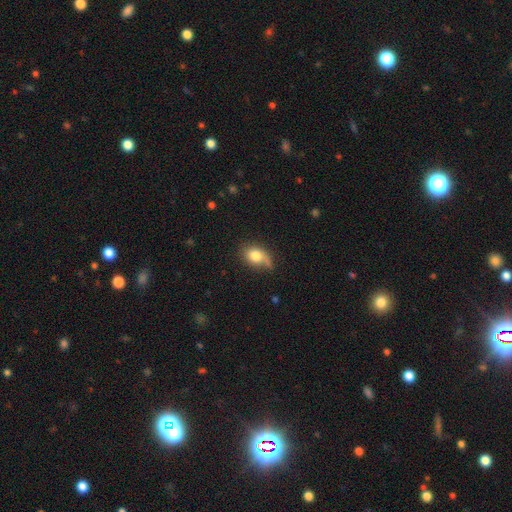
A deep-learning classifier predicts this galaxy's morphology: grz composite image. It shows a smooth galaxy with no disk features (75%) that is in between round and cigar-shaped (69%). Merging: none (50%).